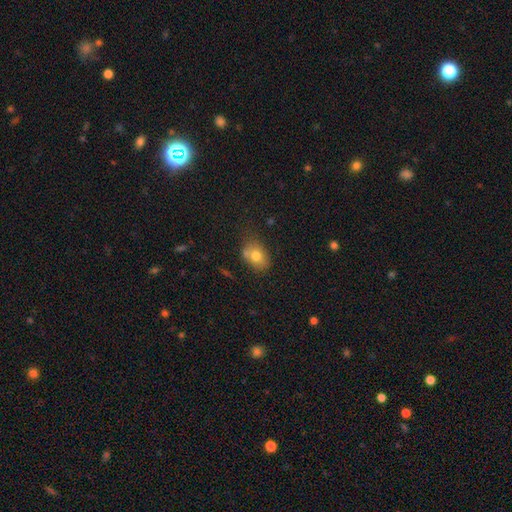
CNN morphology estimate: This is likely a smooth galaxy (75%). How rounded: likely in between (66%). Merging: likely none (61%).